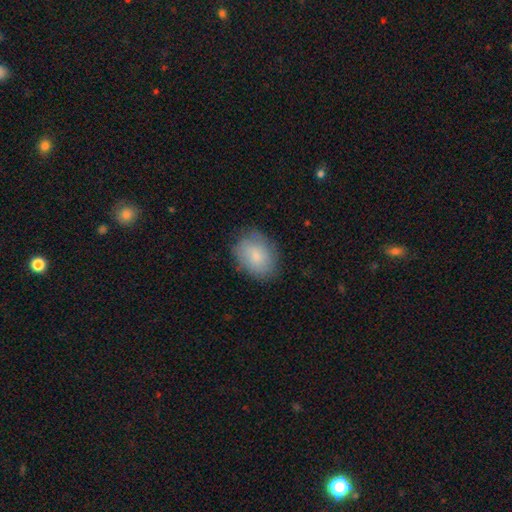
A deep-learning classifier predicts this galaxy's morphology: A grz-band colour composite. It shows a smooth galaxy with no disk features (80%) that is in between round and cigar-shaped (71%). Merging: none (76%).